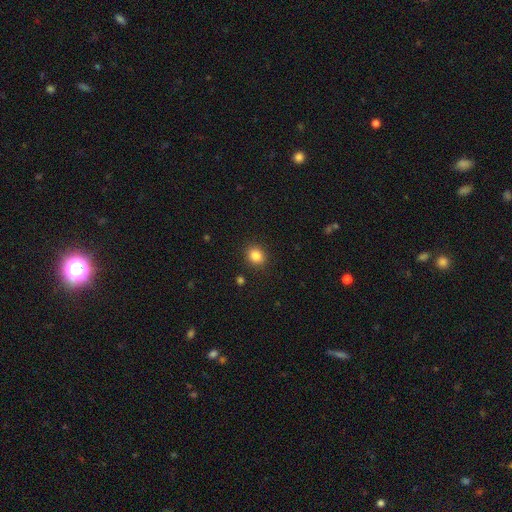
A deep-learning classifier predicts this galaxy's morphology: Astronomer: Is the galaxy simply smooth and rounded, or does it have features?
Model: smooth — 85%.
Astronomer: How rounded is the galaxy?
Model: round — 71%.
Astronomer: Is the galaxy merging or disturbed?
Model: none — 89%.